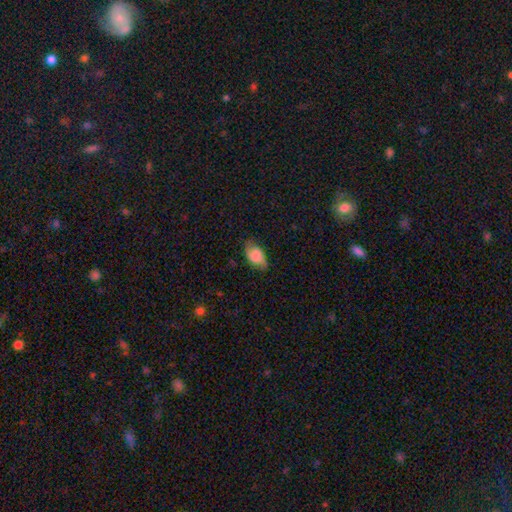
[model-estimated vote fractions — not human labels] Overall: smooth (70%). How rounded: in between (90%). Merging: none (68%).